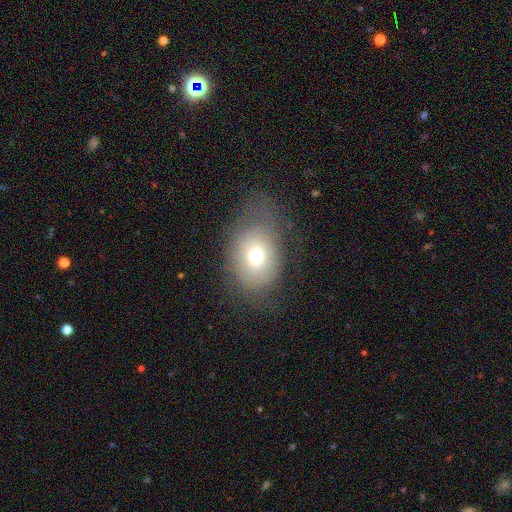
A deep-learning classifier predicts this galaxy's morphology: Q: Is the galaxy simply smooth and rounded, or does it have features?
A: smooth — 67%.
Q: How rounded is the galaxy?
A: in between — 57%.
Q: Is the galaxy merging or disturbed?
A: none — 57%.